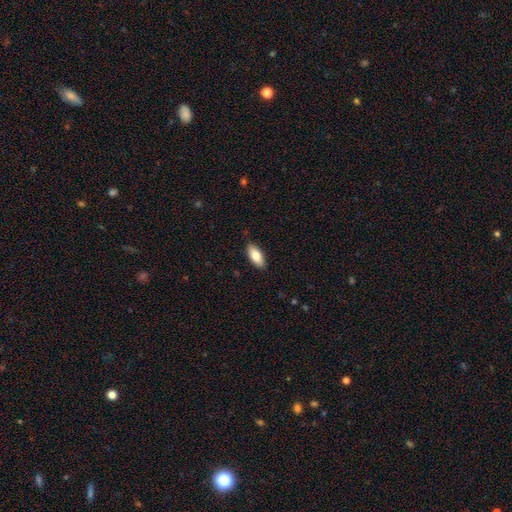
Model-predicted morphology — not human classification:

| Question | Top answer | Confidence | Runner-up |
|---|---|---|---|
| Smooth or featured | smooth | 80% | featured or disk (13%) |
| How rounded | in between | 87% | cigar-shaped (11%) |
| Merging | none | 89% | minor disturbance (9%) |